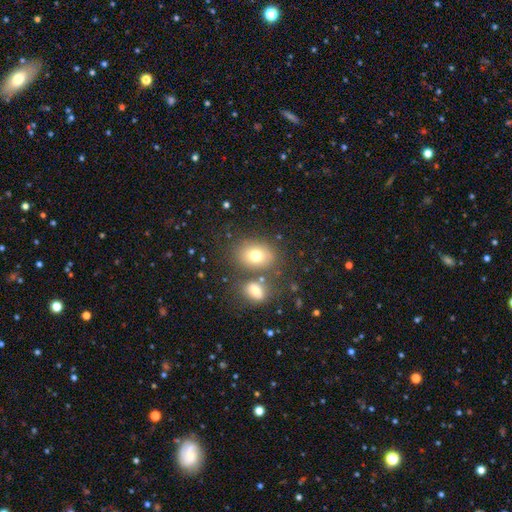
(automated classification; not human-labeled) Smooth or featured?
  - smooth: 74% *
  - featured or disk: 14%
  - star or artifact: 12%
How rounded?
  - in between: 61% *
  - round: 38%
  - cigar-shaped: 1%
Merging?
  - none: 66% *
  - merger: 18%
  - minor disturbance: 11%
  - major disturbance: 4%